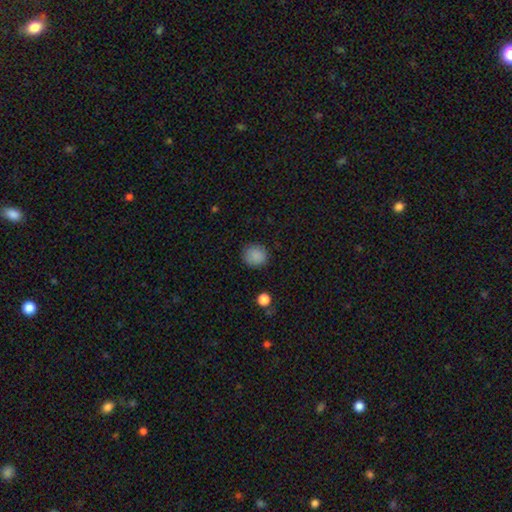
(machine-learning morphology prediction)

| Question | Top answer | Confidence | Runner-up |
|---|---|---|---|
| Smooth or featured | smooth | 87% | star or artifact (10%) |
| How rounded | round | 88% | in between (11%) |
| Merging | none | 88% | minor disturbance (9%) |